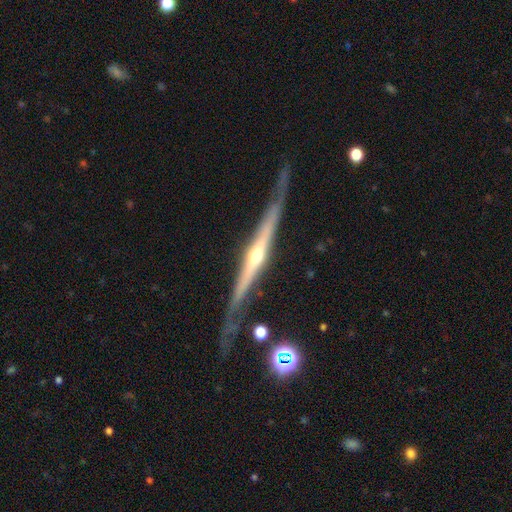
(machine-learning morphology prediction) Q: Smooth or featured?
A: featured or disk (84%); runner-up: smooth (11%)
Q: Edge-on disk?
A: yes (96%); runner-up: no (4%)
Q: Edge-on bulge?
A: rounded (82%); runner-up: none (12%)
Q: Merging?
A: none (74%); runner-up: minor disturbance (18%)